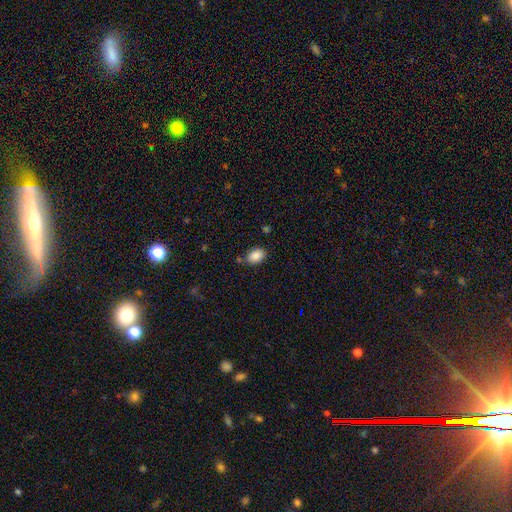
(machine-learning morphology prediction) Smooth or featured: smooth — 88% (star or artifact — 8%)
How rounded: in between — 83% (round — 16%)
Merging: none — 78% (minor disturbance — 14%)